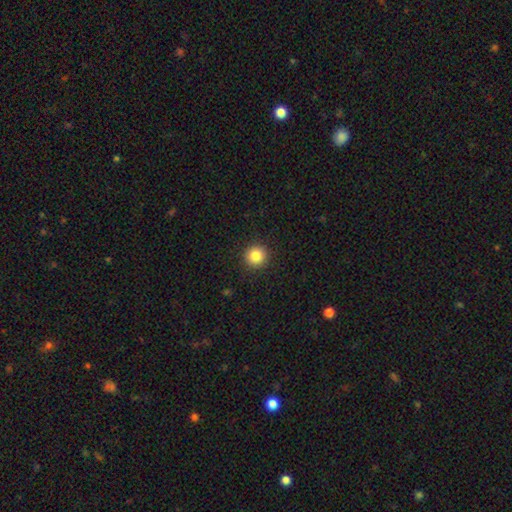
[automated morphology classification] smooth_or_featured: smooth (p=0.85) [alt: star or artifact p=0.10]
how_rounded: round (p=0.95) [alt: in between p=0.04]
merging: none (p=0.92) [alt: minor disturbance p=0.05]